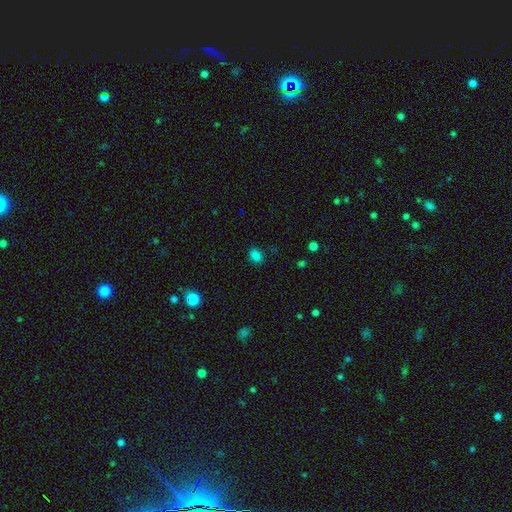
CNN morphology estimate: A smooth galaxy with no disk features (79%) that is in between round and cigar-shaped (56%).

Vote fractions:
- Smooth or featured? smooth: 79% / star or artifact: 16% / featured or disk: 5%
- How rounded? in between: 56% / round: 42% / cigar-shaped: 1%
- Merging? none: 83% / minor disturbance: 12% / major disturbance: 3% / merger: 2%